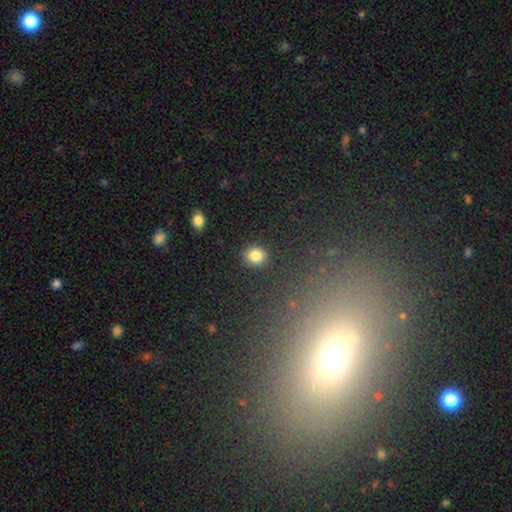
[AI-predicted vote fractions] smooth-or-featured: smooth: 84% | star or artifact: 11% | featured or disk: 5%
  how-rounded: round: 82% | in between: 17% | cigar-shaped: 1%
  merging: none: 90% | minor disturbance: 6% | major disturbance: 2% | merger: 2%